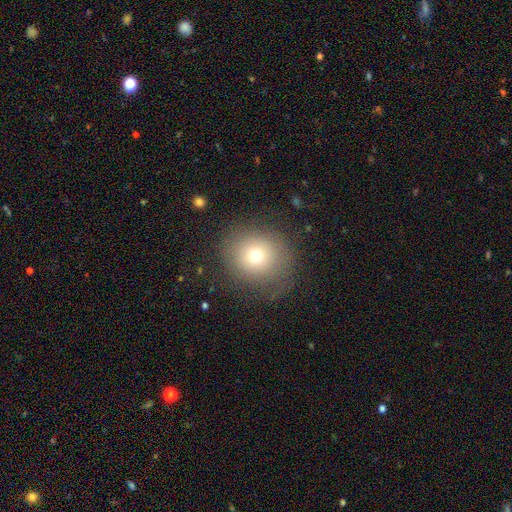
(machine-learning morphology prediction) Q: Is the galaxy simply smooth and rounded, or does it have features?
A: smooth — 69%.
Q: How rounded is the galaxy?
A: round — 86%.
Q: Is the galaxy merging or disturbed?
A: none — 74%.